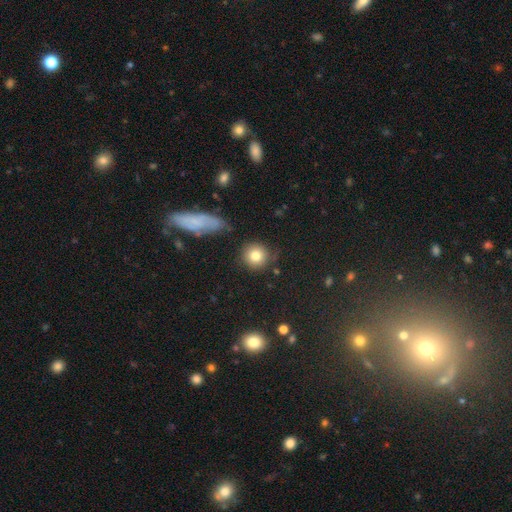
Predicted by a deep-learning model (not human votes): Smooth or featured? Predicted: smooth (p=0.80). How rounded? Predicted: round (p=0.92). Merging? Predicted: none (p=0.80).